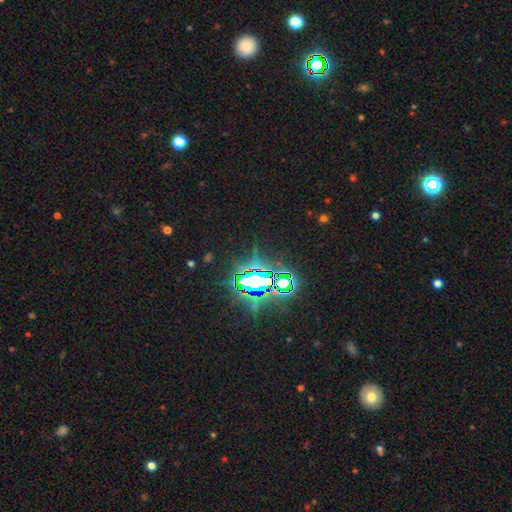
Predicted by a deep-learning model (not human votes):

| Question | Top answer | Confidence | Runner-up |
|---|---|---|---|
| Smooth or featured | star or artifact | 80% | smooth (12%) |